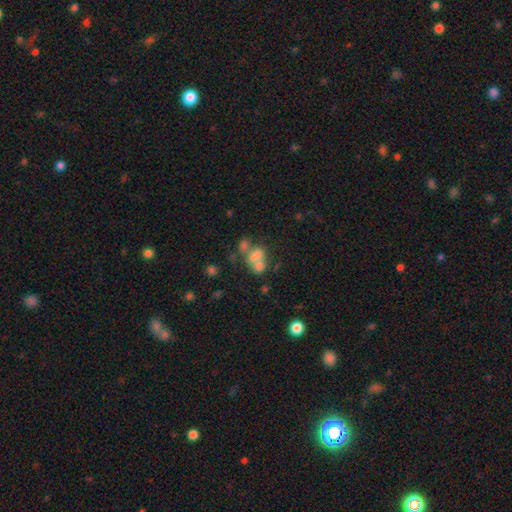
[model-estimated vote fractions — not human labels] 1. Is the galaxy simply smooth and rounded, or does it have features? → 62% smooth, 23% featured or disk, 15% star or artifact.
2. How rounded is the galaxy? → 63% in between, 35% round, 2% cigar-shaped.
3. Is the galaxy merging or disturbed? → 60% merger, 23% none, 8% minor disturbance, 8% major disturbance.